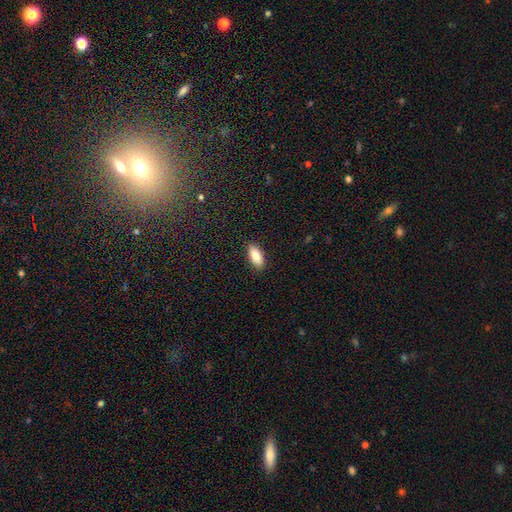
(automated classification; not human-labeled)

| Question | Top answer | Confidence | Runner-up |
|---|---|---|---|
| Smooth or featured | smooth | 84% | featured or disk (9%) |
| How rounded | in between | 88% | cigar-shaped (10%) |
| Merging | none | 89% | minor disturbance (8%) |